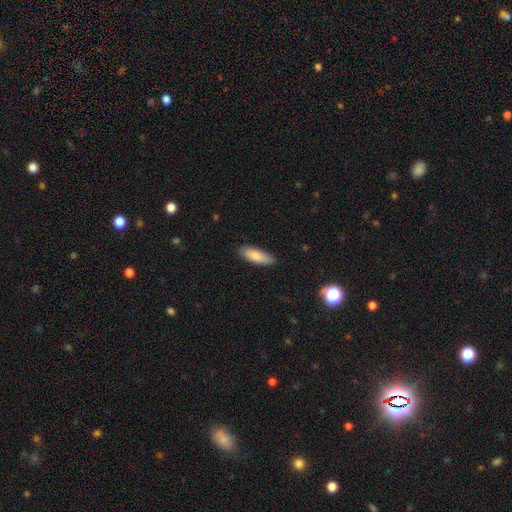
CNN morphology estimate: A smooth galaxy with no disk features (84%) that is in between round and cigar-shaped (53%).

Vote fractions:
- Smooth or featured? smooth: 84% / featured or disk: 10% / star or artifact: 6%
- How rounded? in between: 53% / cigar-shaped: 45% / round: 2%
- Merging? none: 87% / minor disturbance: 10% / major disturbance: 2% / merger: 1%